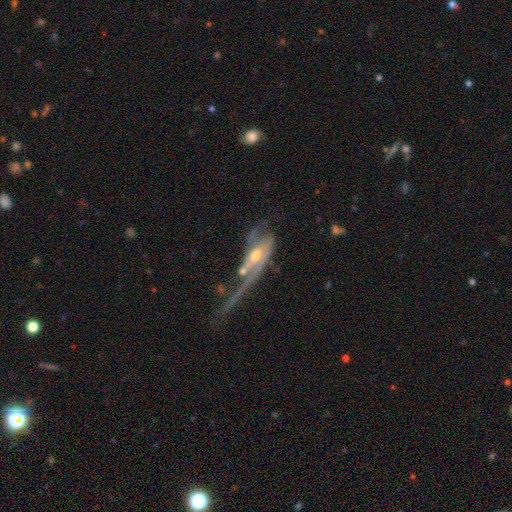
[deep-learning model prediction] This appears to be a featured or disk galaxy (80%) with no bar (52%), 2 (50%) loose (45%) spiral arms (82%) and a moderate central bulge (62%). Merging: major disturbance (40%).